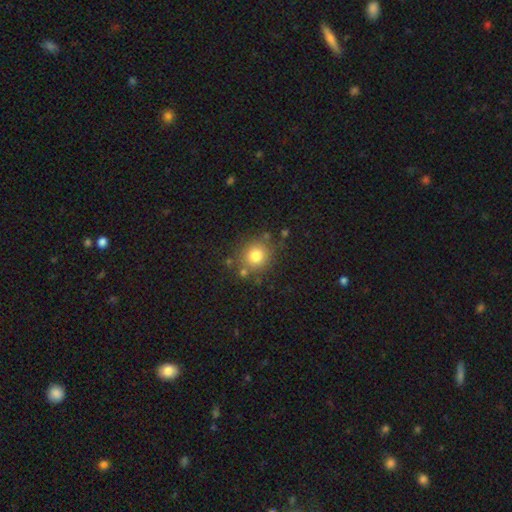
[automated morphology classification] type=smooth (79%); roundness=round (87%); merging=none (78%).